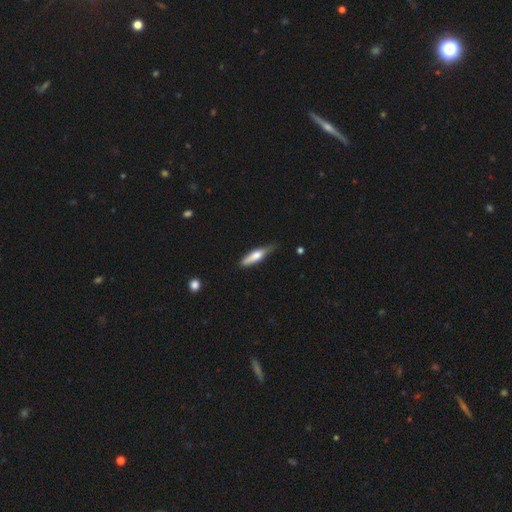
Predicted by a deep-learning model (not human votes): smooth_or_featured: smooth (p=0.52) [alt: featured or disk p=0.43]
how_rounded: cigar-shaped (p=0.73) [alt: in between p=0.25]
merging: none (p=0.62) [alt: minor disturbance p=0.30]